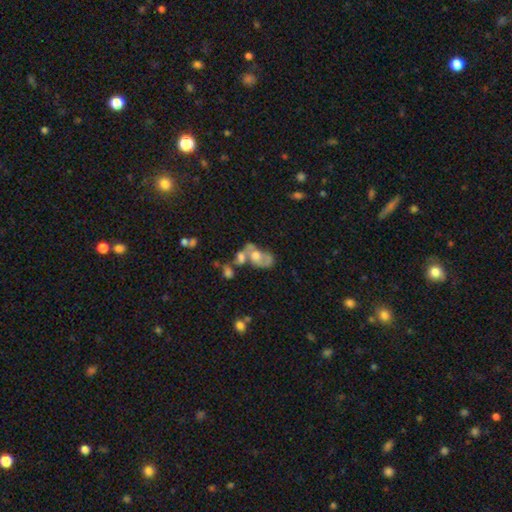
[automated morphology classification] Smooth or featured: featured or disk — 48% (smooth — 41%)
Merging: merger — 53% (none — 18%)